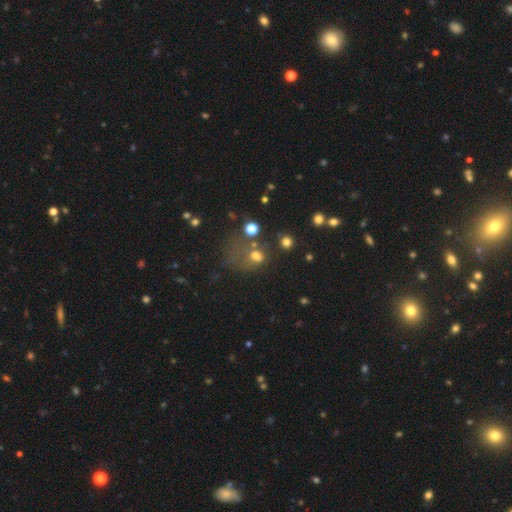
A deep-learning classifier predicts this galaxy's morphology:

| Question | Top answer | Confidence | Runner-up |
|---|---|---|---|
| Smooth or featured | smooth | 58% | star or artifact (27%) |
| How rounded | round | 56% | in between (42%) |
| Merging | none | 38% | major disturbance (26%) |